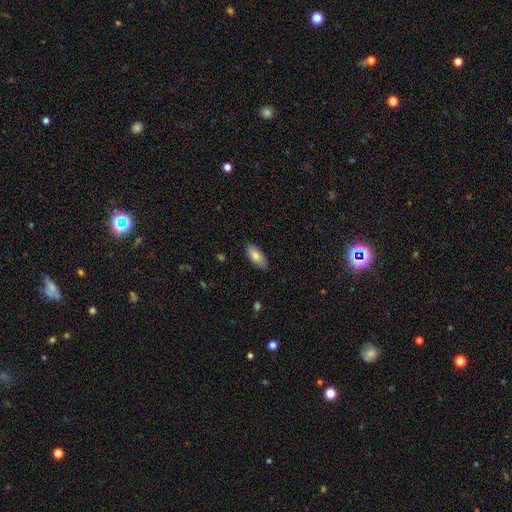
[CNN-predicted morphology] Smooth or featured?
  - smooth: 80% *
  - featured or disk: 14%
  - star or artifact: 6%
How rounded?
  - in between: 86% *
  - cigar-shaped: 12%
  - round: 2%
Merging?
  - none: 85% *
  - minor disturbance: 12%
  - major disturbance: 2%
  - merger: 1%